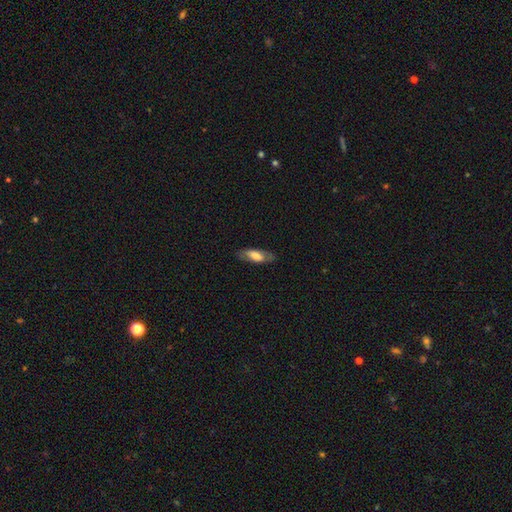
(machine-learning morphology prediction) type=smooth (58%); roundness=in between (71%); merging=none (78%).